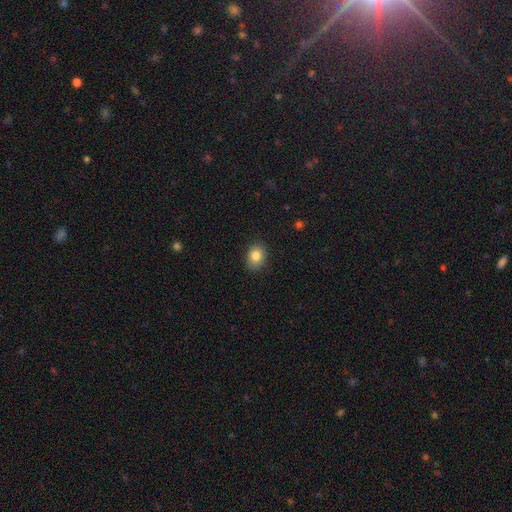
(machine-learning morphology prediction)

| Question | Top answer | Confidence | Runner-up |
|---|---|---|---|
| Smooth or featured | smooth | 83% | star or artifact (9%) |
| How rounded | in between | 63% | round (36%) |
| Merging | none | 87% | minor disturbance (10%) |